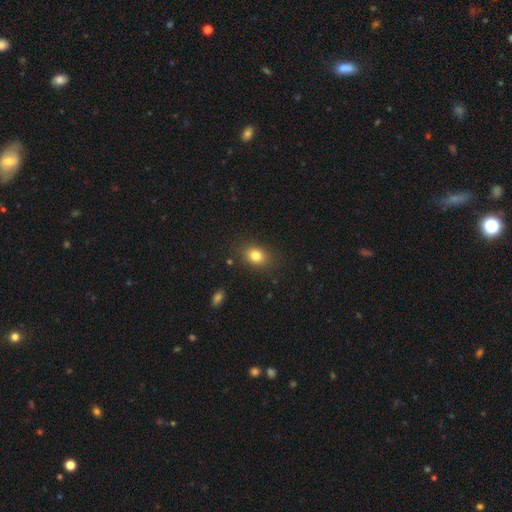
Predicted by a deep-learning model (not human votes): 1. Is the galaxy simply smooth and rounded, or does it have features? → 80% smooth, 11% star or artifact, 9% featured or disk.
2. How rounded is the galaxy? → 61% in between, 38% round, 1% cigar-shaped.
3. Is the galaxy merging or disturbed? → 85% none, 10% minor disturbance, 3% major disturbance, 1% merger.